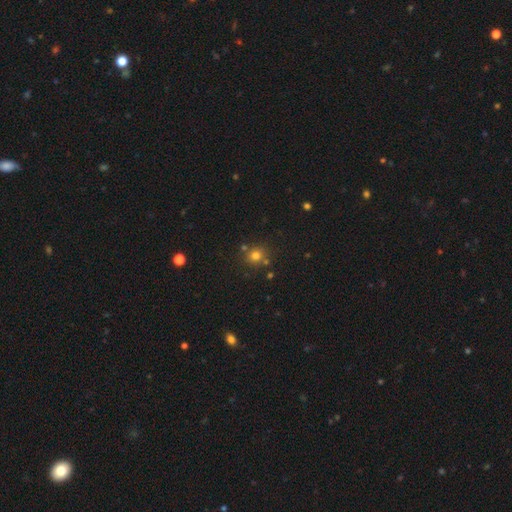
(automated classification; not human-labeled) smooth-or-featured: smooth: 74% | star or artifact: 18% | featured or disk: 8%
  how-rounded: round: 86% | in between: 13% | cigar-shaped: 1%
  merging: none: 75% | merger: 12% | minor disturbance: 10% | major disturbance: 3%